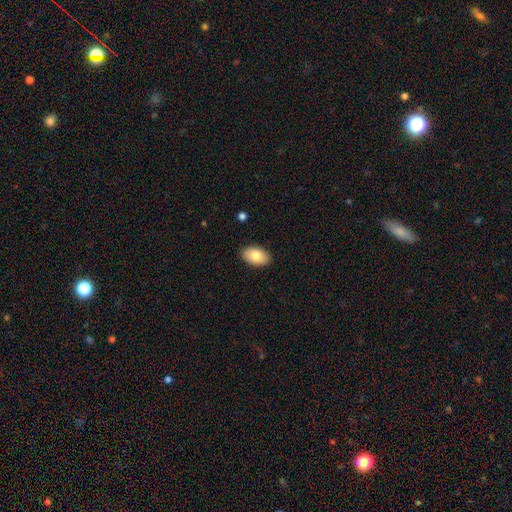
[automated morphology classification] A smooth galaxy with no disk features (82%) that is in between round and cigar-shaped (93%). Merging: none (89%).